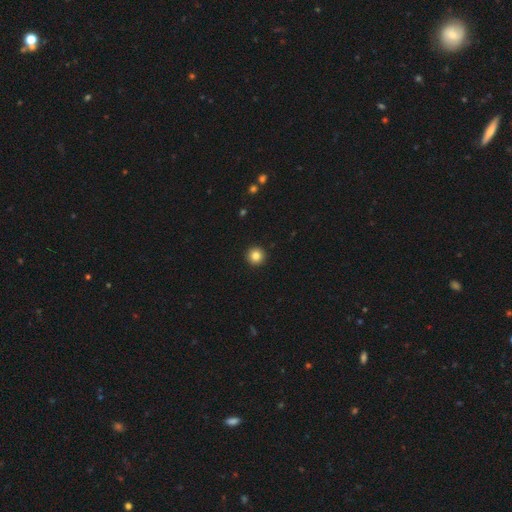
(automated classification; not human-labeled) The model was most divided on "smooth or featured": smooth: 85%, star or artifact: 11%, featured or disk: 4%. More confident: how rounded — round (96%); merging — none (94%).